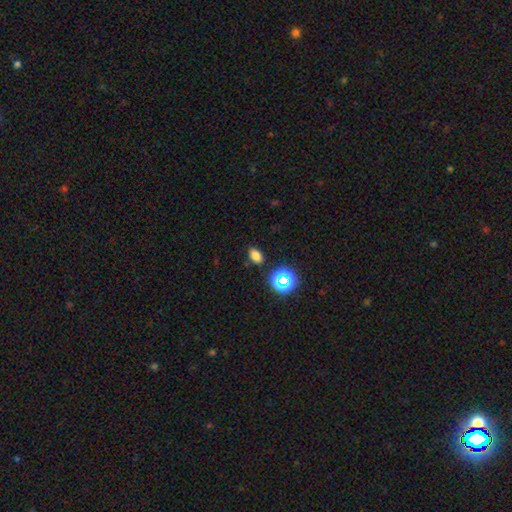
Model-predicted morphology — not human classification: Smooth or featured?
  - smooth: 76% *
  - star or artifact: 19%
  - featured or disk: 6%
How rounded?
  - in between: 81% *
  - round: 17%
  - cigar-shaped: 2%
Merging?
  - none: 85% *
  - minor disturbance: 10%
  - major disturbance: 3%
  - merger: 3%